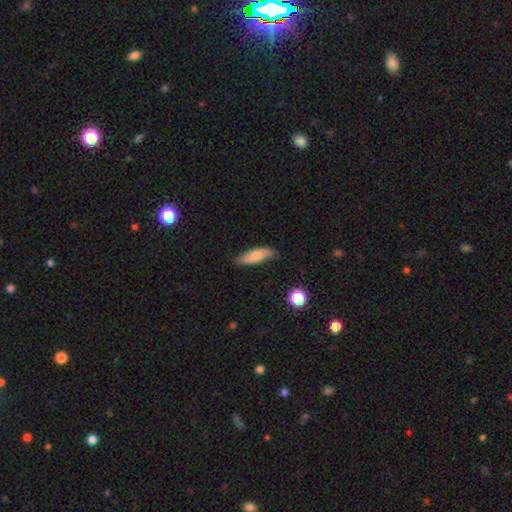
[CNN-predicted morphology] smooth_or_featured: smooth (p=0.73) [alt: featured or disk p=0.20]
how_rounded: in between (p=0.58) [alt: cigar-shaped p=0.40]
merging: none (p=0.75) [alt: minor disturbance p=0.20]